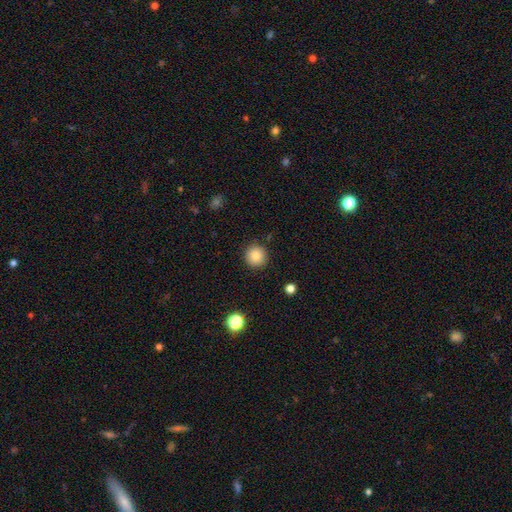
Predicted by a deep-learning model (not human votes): Q: Smooth or featured?
A: smooth (85%); runner-up: star or artifact (10%)
Q: How rounded?
A: round (94%); runner-up: in between (5%)
Q: Merging?
A: none (91%); runner-up: minor disturbance (6%)